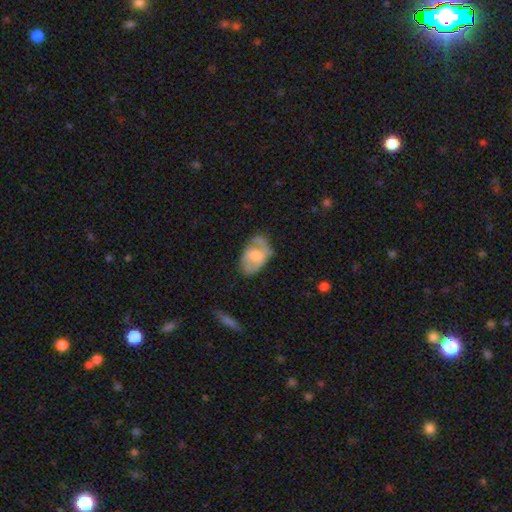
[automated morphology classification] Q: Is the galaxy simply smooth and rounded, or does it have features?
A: featured or disk — 49%.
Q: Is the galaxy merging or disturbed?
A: none — 50%.